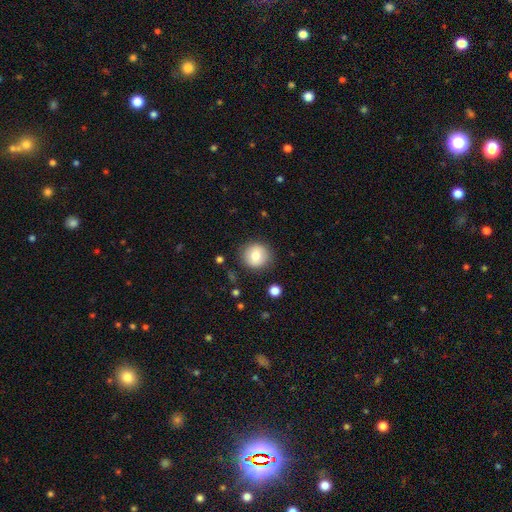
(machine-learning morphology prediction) Smooth or featured? Predicted: smooth (p=0.80). How rounded? Predicted: round (p=0.90). Merging? Predicted: none (p=0.87).